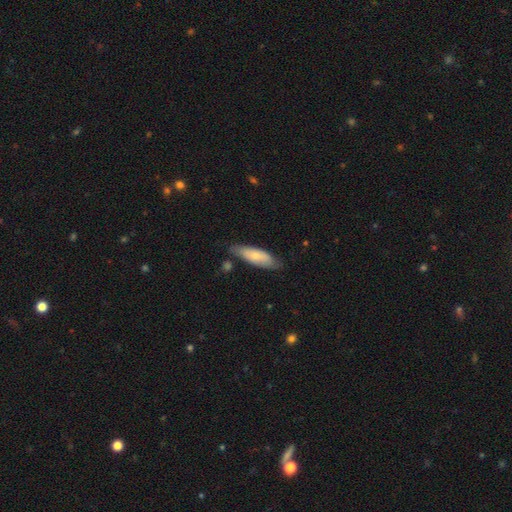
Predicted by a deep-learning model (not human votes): This is likely a smooth galaxy (70%). How rounded: possibly in between (59%). Merging: likely none (69%).